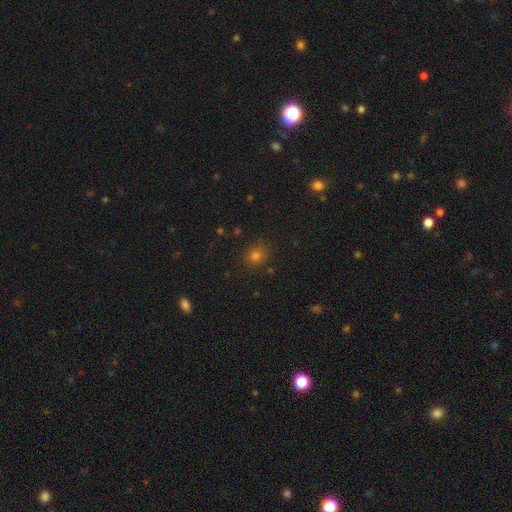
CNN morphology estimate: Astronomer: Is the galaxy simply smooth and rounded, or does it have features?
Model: smooth — 75%.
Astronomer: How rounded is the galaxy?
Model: round — 84%.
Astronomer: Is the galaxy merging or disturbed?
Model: none — 86%.